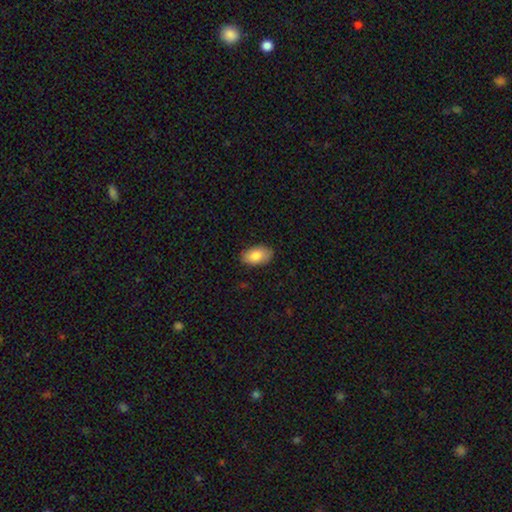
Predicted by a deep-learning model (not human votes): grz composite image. It shows a smooth galaxy with no disk features (85%) that is in between round and cigar-shaped (93%). Merging: none (85%).